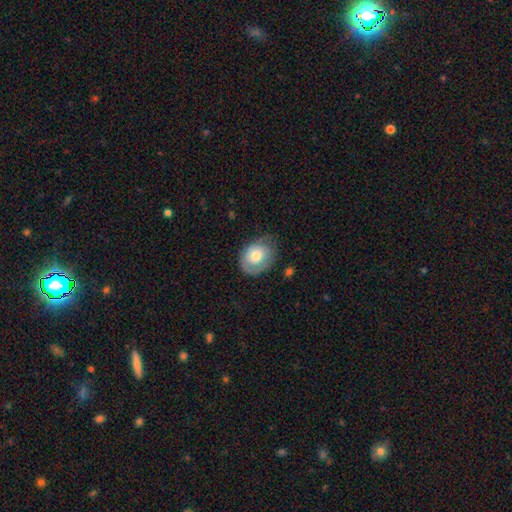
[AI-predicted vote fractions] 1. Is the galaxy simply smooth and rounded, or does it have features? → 59% smooth, 34% featured or disk, 7% star or artifact.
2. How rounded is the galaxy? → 58% in between, 41% round, 1% cigar-shaped.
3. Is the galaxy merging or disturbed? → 58% none, 29% minor disturbance, 11% major disturbance, 2% merger.